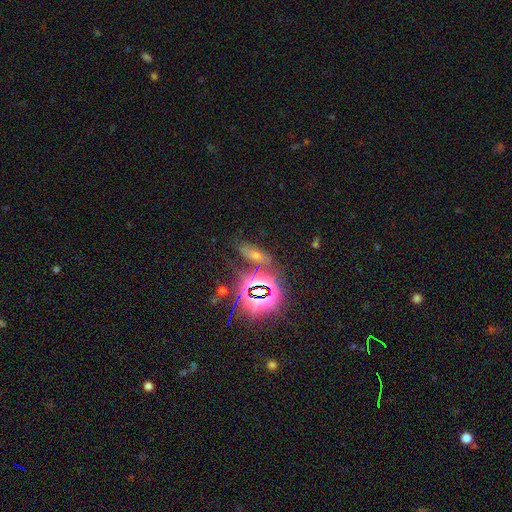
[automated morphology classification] Smooth or featured? star or artifact (53%)